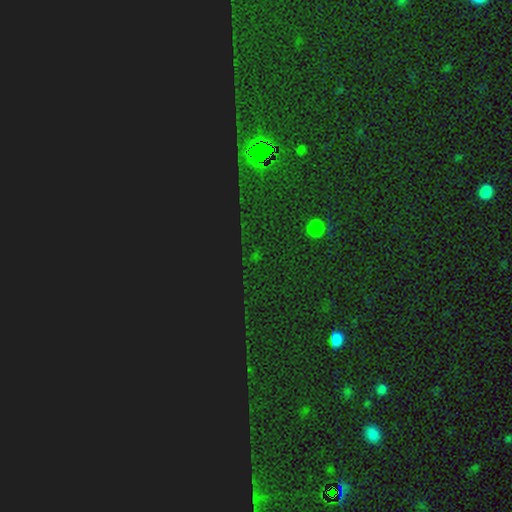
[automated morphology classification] Smooth or featured? Predicted: star or artifact (p=0.81).